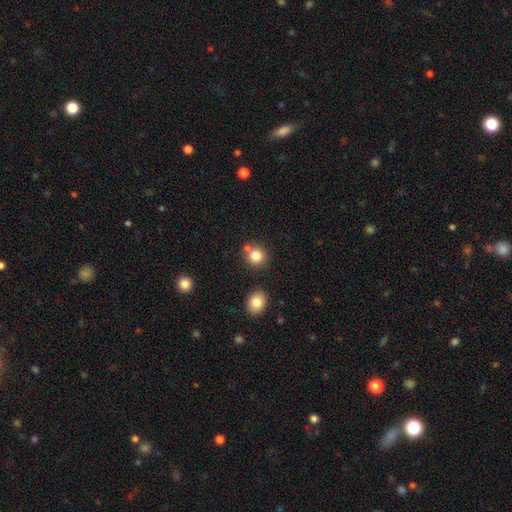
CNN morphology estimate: Smooth or featured?
  - smooth: 82% *
  - star or artifact: 11%
  - featured or disk: 7%
How rounded?
  - round: 88% *
  - in between: 11%
  - cigar-shaped: 1%
Merging?
  - none: 70% *
  - merger: 17%
  - minor disturbance: 10%
  - major disturbance: 3%